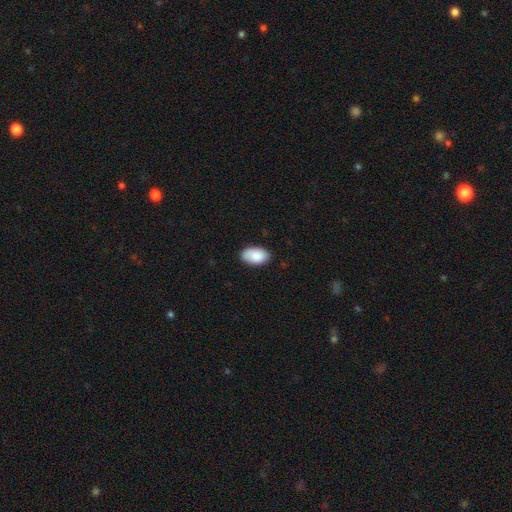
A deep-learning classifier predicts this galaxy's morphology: Overall: smooth (88%). How rounded: in between (93%). Merging: none (83%).